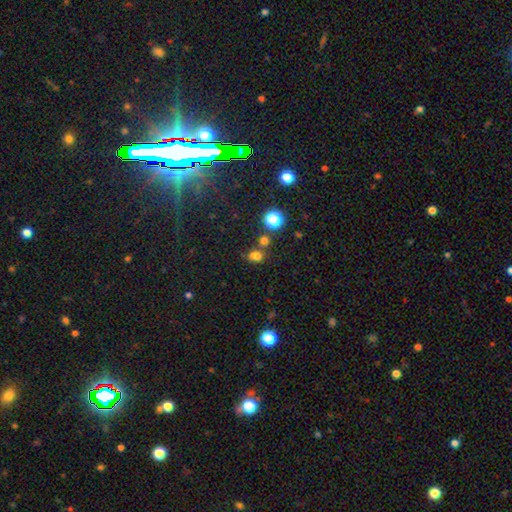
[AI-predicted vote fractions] Smooth or featured?
  - smooth: 70% *
  - star or artifact: 23%
  - featured or disk: 7%
How rounded?
  - in between: 54% *
  - round: 45%
  - cigar-shaped: 2%
Merging?
  - none: 61% *
  - merger: 21%
  - minor disturbance: 13%
  - major disturbance: 5%